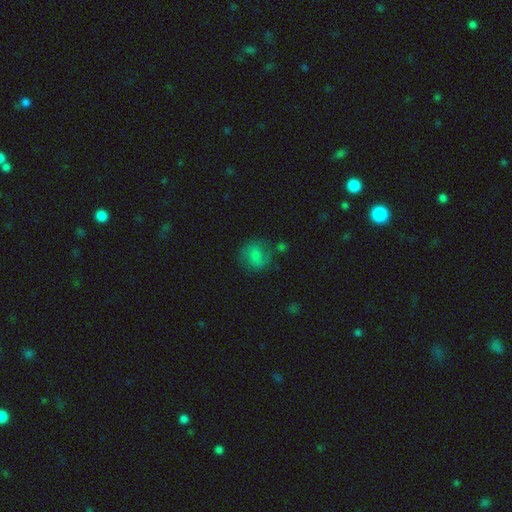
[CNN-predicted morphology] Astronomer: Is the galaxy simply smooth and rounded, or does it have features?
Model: smooth — 68%.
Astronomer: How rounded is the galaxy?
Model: round — 75%.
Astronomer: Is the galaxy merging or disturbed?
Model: none — 65%.